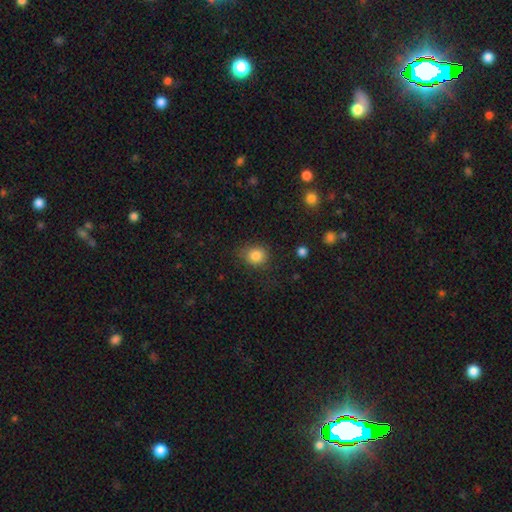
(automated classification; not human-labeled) A smooth galaxy with no disk features (84%) that is round (74%).

Vote fractions:
- Smooth or featured? smooth: 84% / star or artifact: 10% / featured or disk: 5%
- How rounded? round: 74% / in between: 25% / cigar-shaped: 1%
- Merging? none: 77% / minor disturbance: 16% / major disturbance: 5% / merger: 1%